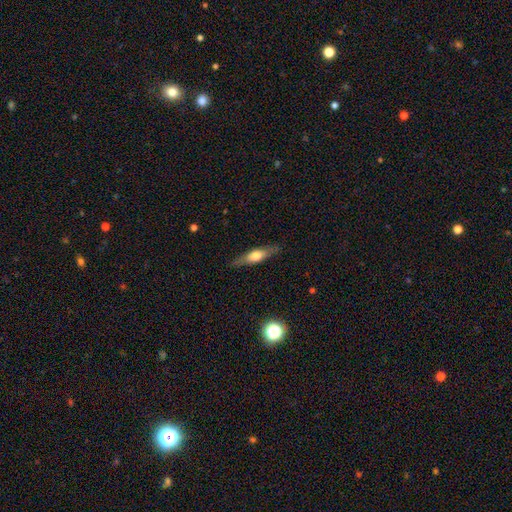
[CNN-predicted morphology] The model was most divided on "smooth or featured": featured or disk: 49%, smooth: 45%, star or artifact: 7%. More confident: merging — none (86%).